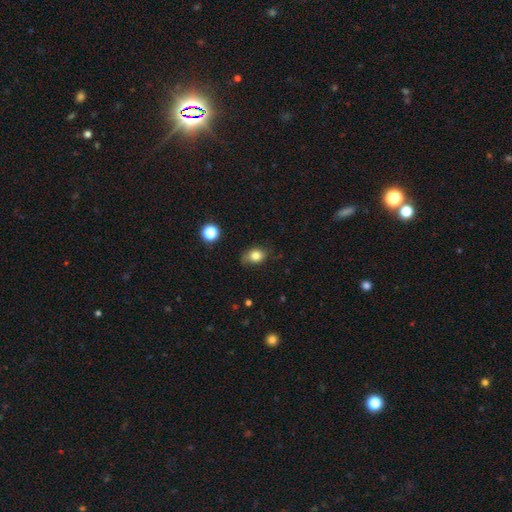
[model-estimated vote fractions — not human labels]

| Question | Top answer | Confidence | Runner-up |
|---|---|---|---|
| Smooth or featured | smooth | 79% | star or artifact (11%) |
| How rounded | in between | 64% | round (34%) |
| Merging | none | 66% | minor disturbance (26%) |